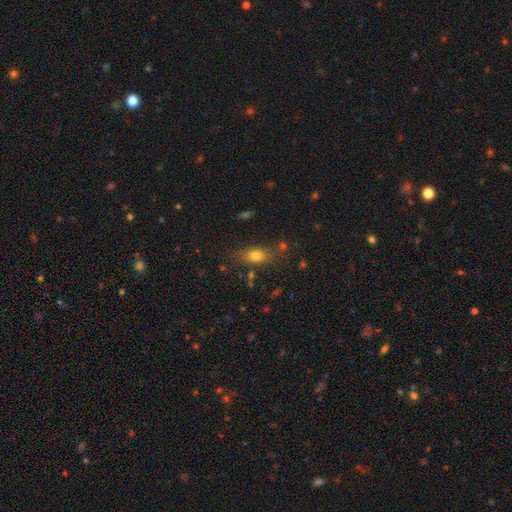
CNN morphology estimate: Smooth or featured: smooth — 74% (featured or disk — 13%)
How rounded: in between — 74% (round — 15%)
Merging: none — 73% (minor disturbance — 16%)